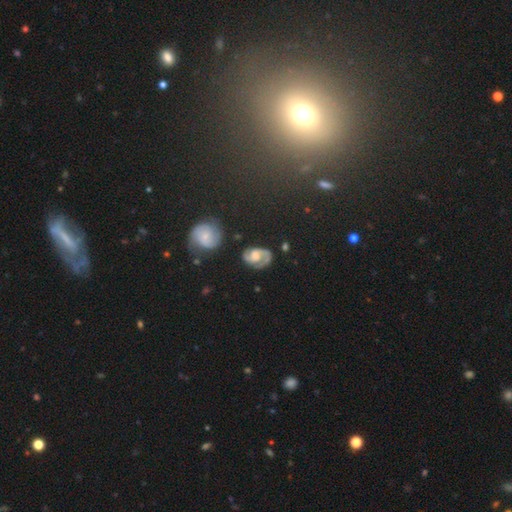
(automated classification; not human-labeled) Overall: featured or disk (81%). Edge-on disk: no (97%). Bar: no (53%; weak 38%). Spiral arms: yes (95%). Spiral arm count: 2 (86%). Spiral winding: medium (51%; tight 32%). Bulge size: large (31%; moderate 30%). Merging: none (70%).